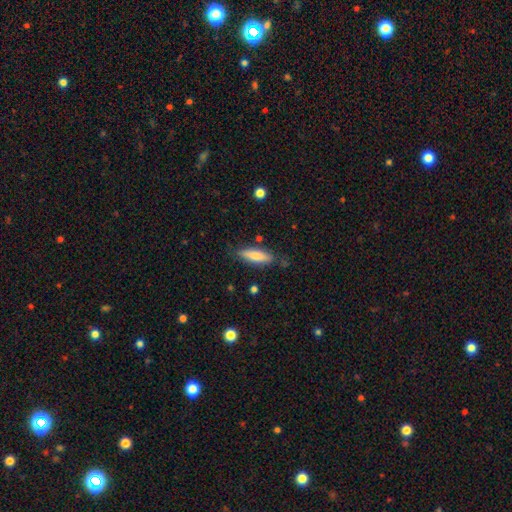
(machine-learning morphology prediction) Smooth or featured? smooth (73%)
How rounded? cigar-shaped (58%)
Merging? none (82%)